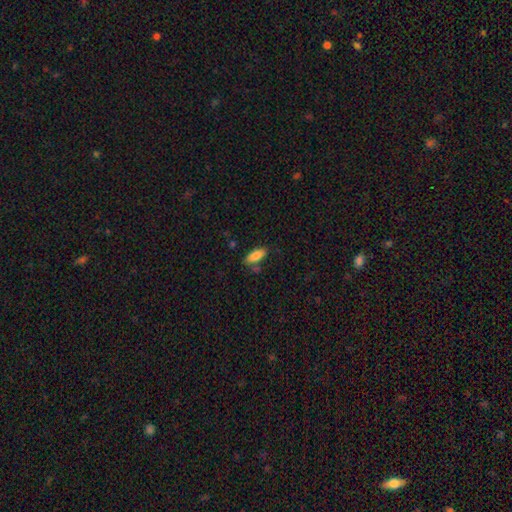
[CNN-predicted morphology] Overall: smooth (82%). How rounded: in between (72%). Merging: none (72%).